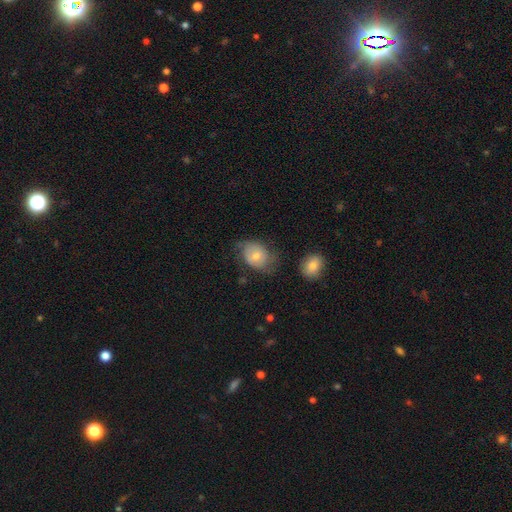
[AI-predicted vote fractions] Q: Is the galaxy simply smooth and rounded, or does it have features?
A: smooth — 63%.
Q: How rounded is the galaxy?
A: in between — 58%.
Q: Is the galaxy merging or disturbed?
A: none — 48%.